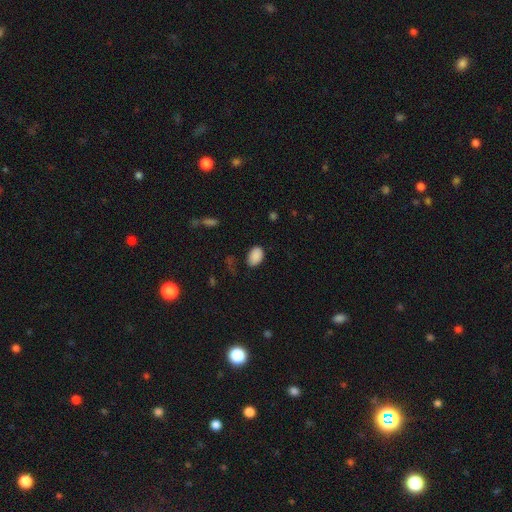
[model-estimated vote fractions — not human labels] Q: Smooth or featured?
A: smooth (88%); runner-up: star or artifact (8%)
Q: How rounded?
A: in between (87%); runner-up: round (12%)
Q: Merging?
A: none (78%); runner-up: minor disturbance (16%)